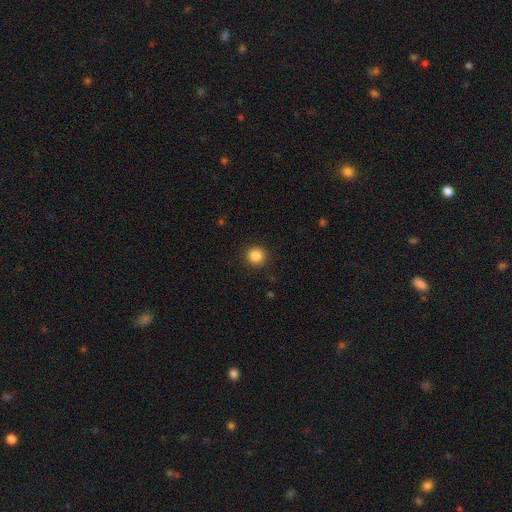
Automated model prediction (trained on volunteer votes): A smooth galaxy with no disk features (85%) that is round (92%).

Vote fractions:
- Smooth or featured? smooth: 85% / star or artifact: 11% / featured or disk: 4%
- How rounded? round: 92% / in between: 7% / cigar-shaped: 1%
- Merging? none: 91% / minor disturbance: 6% / major disturbance: 2% / merger: 1%